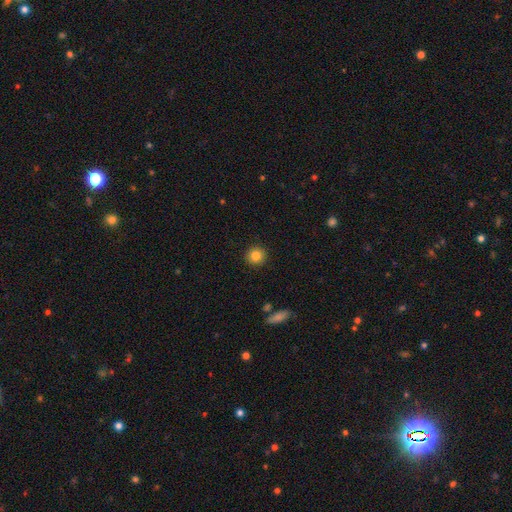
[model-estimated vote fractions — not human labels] A smooth galaxy with no disk features (85%) that is round (92%). Merging: none (91%).